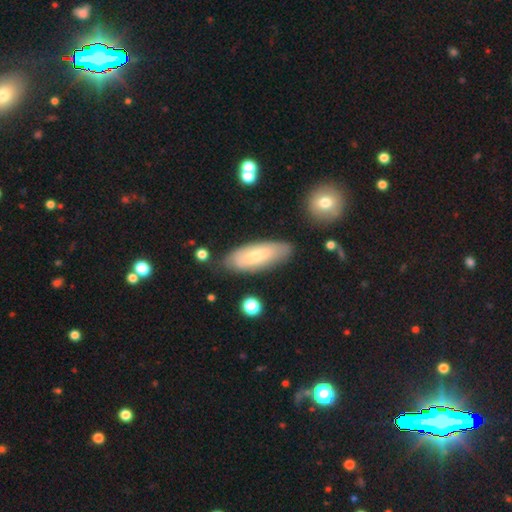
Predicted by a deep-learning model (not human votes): A smooth galaxy with no disk features (62%) that is in between round and cigar-shaped (70%).

Vote fractions:
- Smooth or featured? smooth: 62% / featured or disk: 31% / star or artifact: 6%
- How rounded? in between: 70% / cigar-shaped: 29% / round: 2%
- Merging? none: 77% / minor disturbance: 17% / major disturbance: 4% / merger: 3%